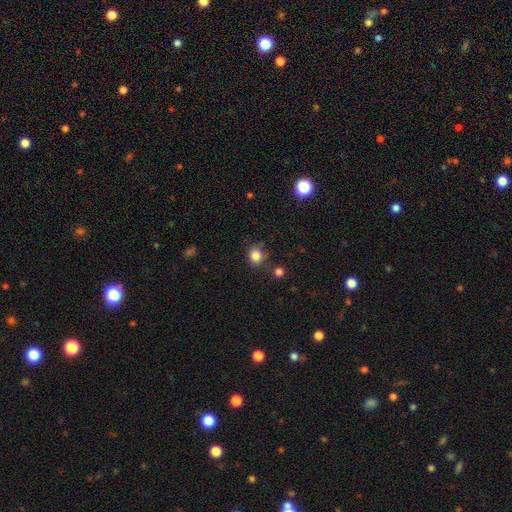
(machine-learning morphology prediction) Smooth or featured? Predicted: smooth (p=0.83). How rounded? Predicted: round (p=0.77). Merging? Predicted: none (p=0.71).